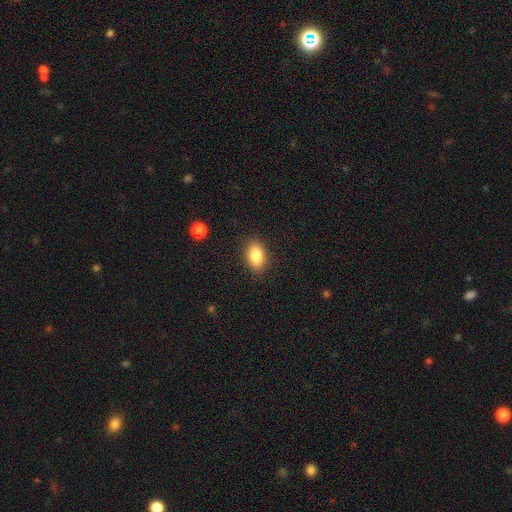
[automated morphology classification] smooth_or_featured: smooth (p=0.85) [alt: star or artifact p=0.08]
how_rounded: in between (p=0.88) [alt: round p=0.10]
merging: none (p=0.87) [alt: minor disturbance p=0.10]